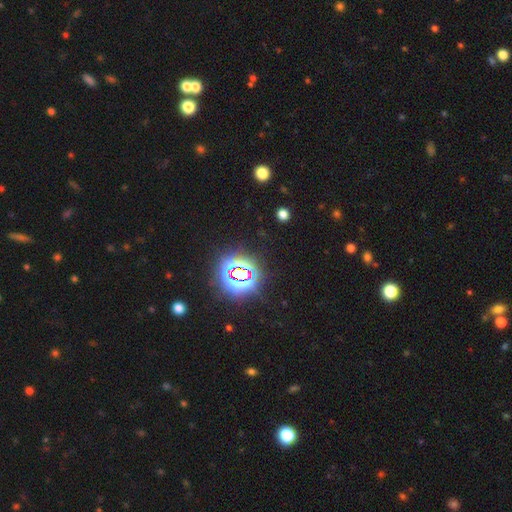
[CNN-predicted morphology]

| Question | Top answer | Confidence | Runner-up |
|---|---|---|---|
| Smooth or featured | star or artifact | 79% | smooth (15%) |